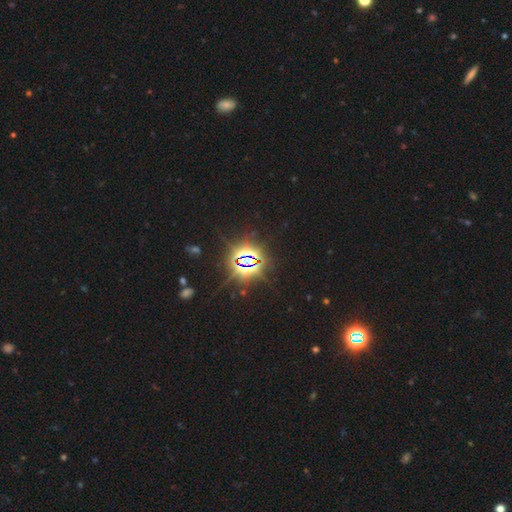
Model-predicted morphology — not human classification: This is clearly a star or artifact rather than a galaxy (84%).